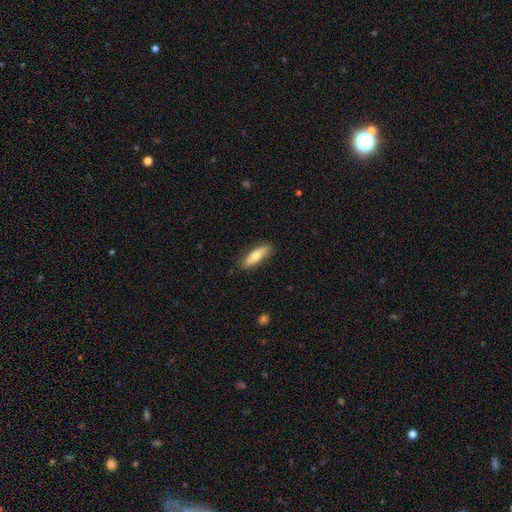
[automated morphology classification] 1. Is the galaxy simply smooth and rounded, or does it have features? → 66% smooth, 28% featured or disk, 6% star or artifact.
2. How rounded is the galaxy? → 64% cigar-shaped, 34% in between, 2% round.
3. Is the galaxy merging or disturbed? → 86% none, 11% minor disturbance, 2% major disturbance, 1% merger.